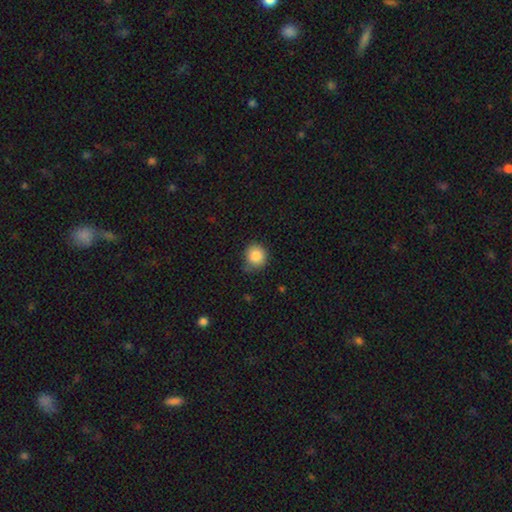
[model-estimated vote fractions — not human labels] smooth 85%, star or artifact 10%, featured or disk 5%. Down the decision tree: how rounded — round (90%); merging — none (75%).